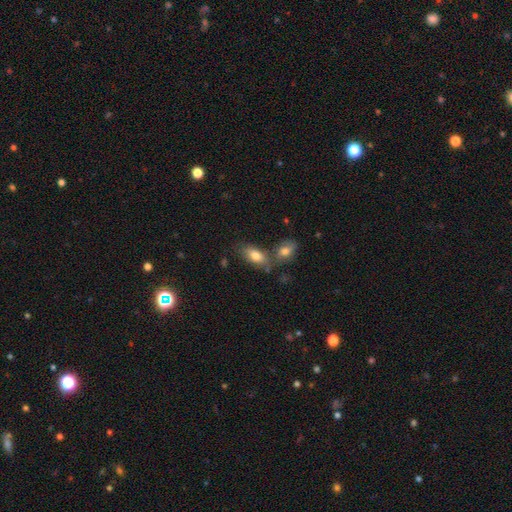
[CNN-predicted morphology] A smooth galaxy with no disk features (78%) that is in between round and cigar-shaped (90%).

Vote fractions:
- Smooth or featured? smooth: 78% / featured or disk: 14% / star or artifact: 7%
- How rounded? in between: 90% / cigar-shaped: 6% / round: 4%
- Merging? none: 54% / merger: 28% / minor disturbance: 14% / major disturbance: 4%